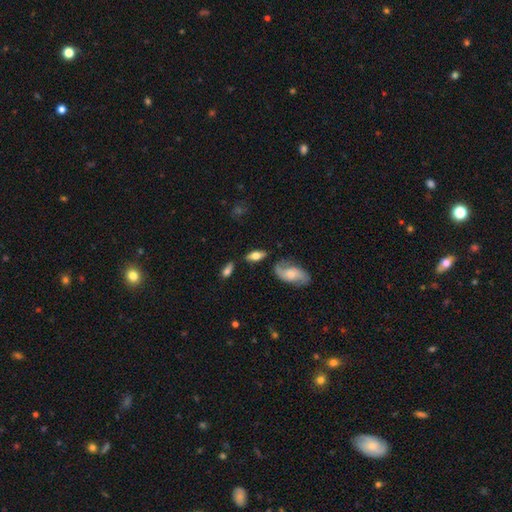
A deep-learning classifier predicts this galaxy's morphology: The model was most divided on "smooth or featured": smooth: 53%, featured or disk: 40%, star or artifact: 7%. More confident: how rounded — in between (77%); merging — none (70%).